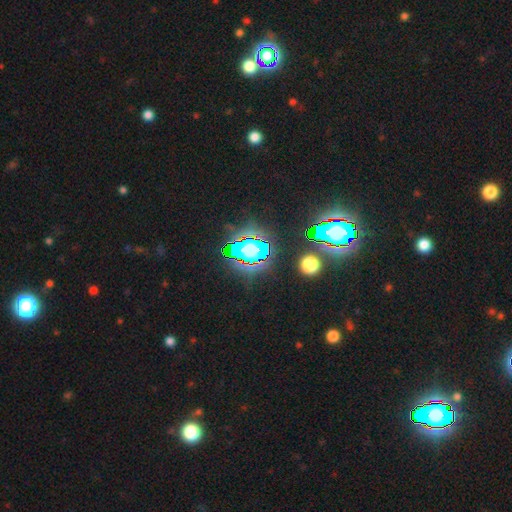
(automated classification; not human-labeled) This is possibly a star or artifact rather than a galaxy (59%).